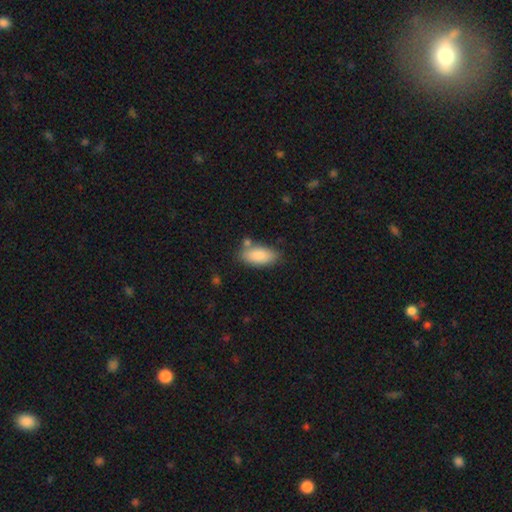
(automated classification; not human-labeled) smooth_or_featured: smooth (p=0.85) [alt: featured or disk p=0.08]
how_rounded: in between (p=0.90) [alt: cigar-shaped p=0.07]
merging: none (p=0.75) [alt: minor disturbance p=0.14]